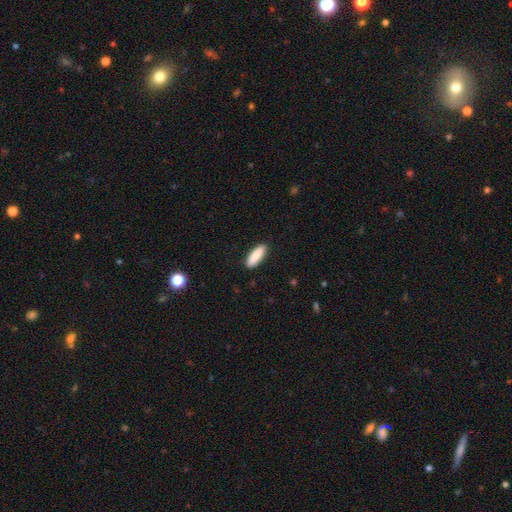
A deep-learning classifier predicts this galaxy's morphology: A smooth galaxy with no disk features (88%) that is in between round and cigar-shaped (54%). Merging: none (89%).